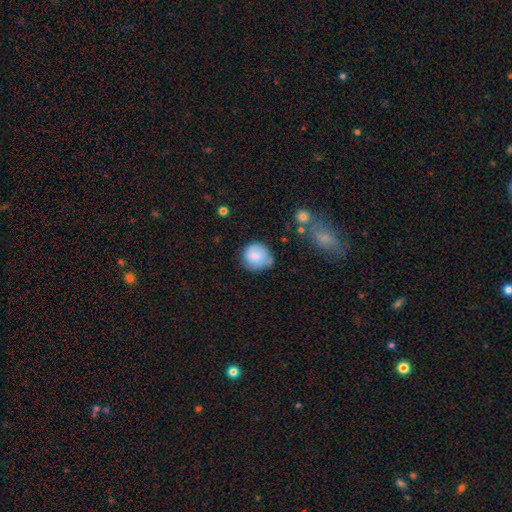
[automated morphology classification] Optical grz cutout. It shows a smooth galaxy with no disk features (80%) that is round (87%). Merging: none (59%).